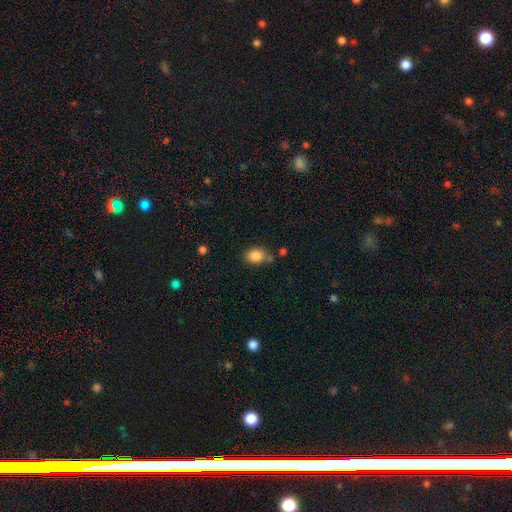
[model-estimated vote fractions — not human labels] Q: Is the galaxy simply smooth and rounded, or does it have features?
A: smooth — 86%.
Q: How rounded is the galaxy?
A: in between — 62%.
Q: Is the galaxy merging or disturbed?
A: none — 64%.